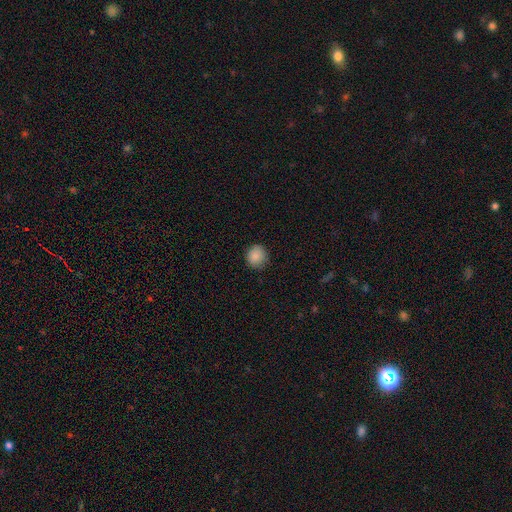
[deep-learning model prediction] smooth-or-featured: smooth: 87% | star or artifact: 9% | featured or disk: 3%
  how-rounded: round: 87% | in between: 12% | cigar-shaped: 1%
  merging: none: 86% | minor disturbance: 11% | major disturbance: 2% | merger: 1%